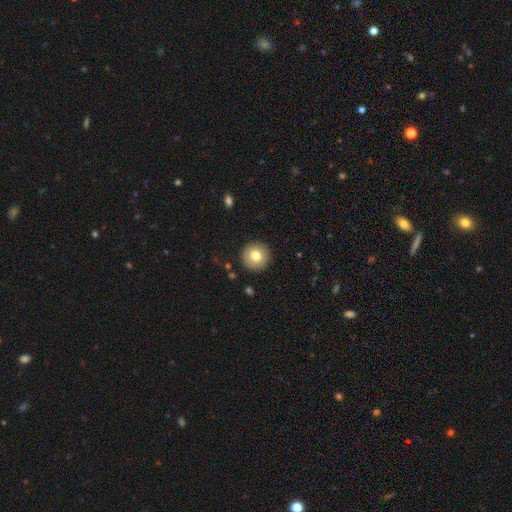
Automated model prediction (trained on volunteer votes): Smooth or featured? Predicted: smooth (p=0.79). How rounded? Predicted: round (p=0.95). Merging? Predicted: none (p=0.92).